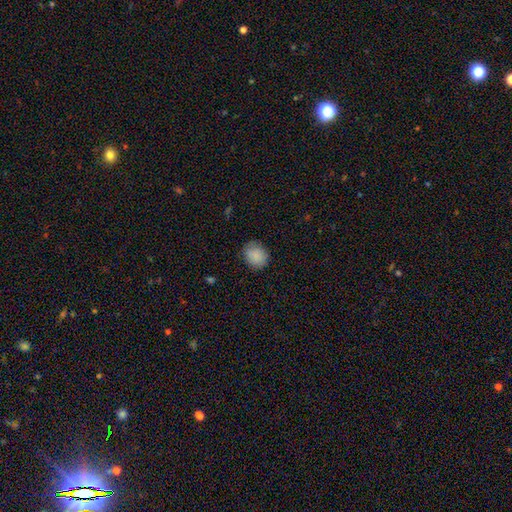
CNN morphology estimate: smooth-or-featured: smooth: 88% | star or artifact: 8% | featured or disk: 4%
  how-rounded: round: 67% | in between: 32% | cigar-shaped: 1%
  merging: none: 79% | minor disturbance: 16% | major disturbance: 4% | merger: 1%